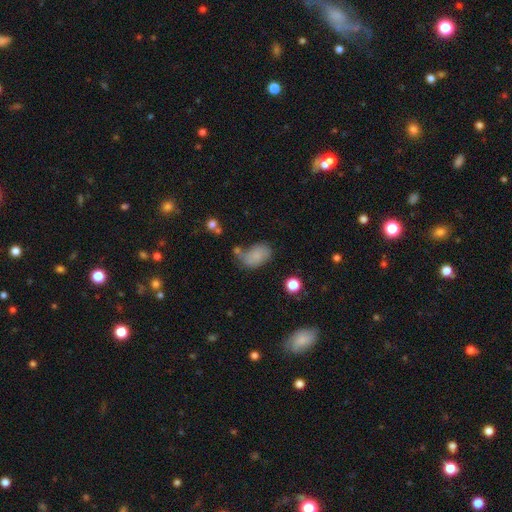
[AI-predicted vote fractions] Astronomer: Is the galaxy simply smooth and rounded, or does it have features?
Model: smooth — 77%.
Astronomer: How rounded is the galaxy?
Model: in between — 87%.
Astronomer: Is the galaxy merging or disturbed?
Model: none — 47% (runner-up: minor disturbance, 26%).